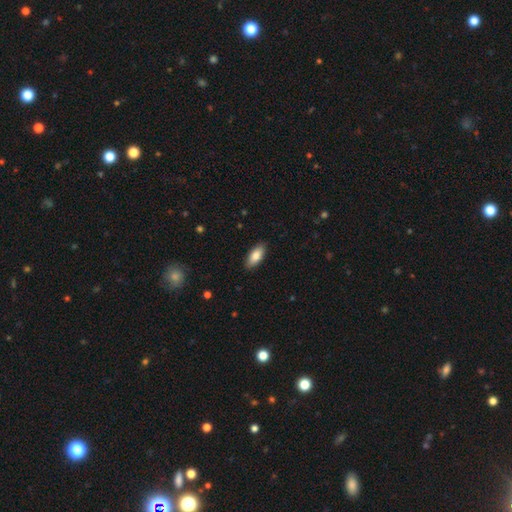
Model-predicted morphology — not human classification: smooth-or-featured: smooth: 84% | featured or disk: 10% | star or artifact: 6%
  how-rounded: in between: 87% | cigar-shaped: 11% | round: 2%
  merging: none: 89% | minor disturbance: 8% | major disturbance: 2% | merger: 1%